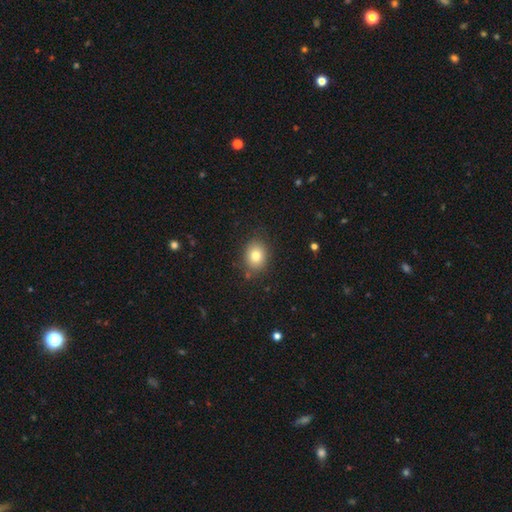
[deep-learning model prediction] Smooth or featured? Predicted: smooth (p=0.80). How rounded? Predicted: round (p=0.54). Merging? Predicted: none (p=0.84).